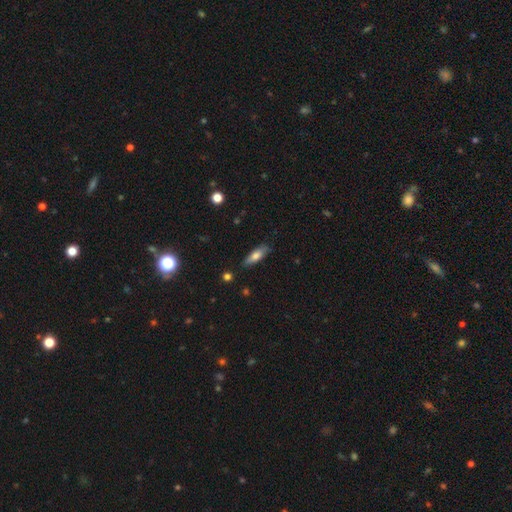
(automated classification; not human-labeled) Q: Smooth or featured?
A: smooth (72%); runner-up: featured or disk (21%)
Q: How rounded?
A: in between (55%); runner-up: cigar-shaped (42%)
Q: Merging?
A: none (83%); runner-up: minor disturbance (13%)